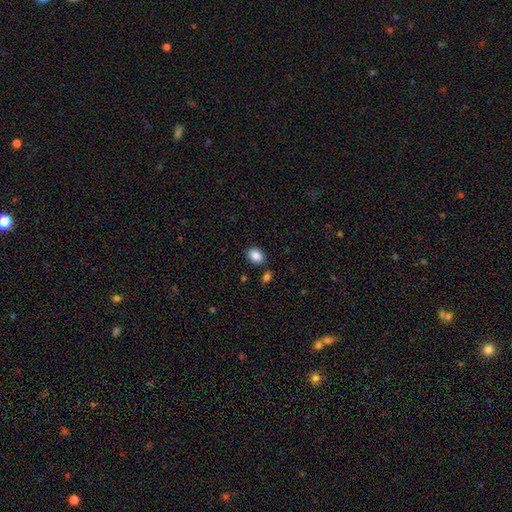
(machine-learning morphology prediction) Smooth or featured: smooth — 88% (star or artifact — 8%)
How rounded: in between — 61% (round — 38%)
Merging: none — 83% (minor disturbance — 10%)